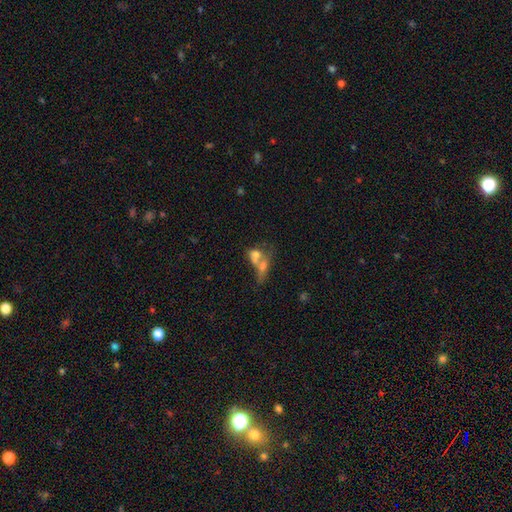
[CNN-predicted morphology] This is likely a smooth galaxy (61%). How rounded: possibly in between (58%). Merging: likely merger (65%).